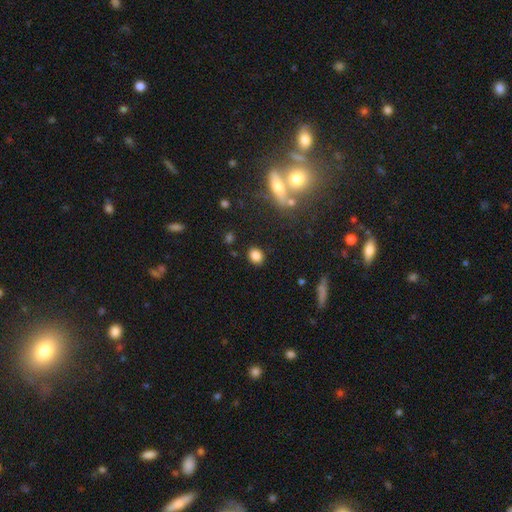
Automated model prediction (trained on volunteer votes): Overall: smooth (83%). How rounded: round (53%; in between 46%). Merging: none (86%).